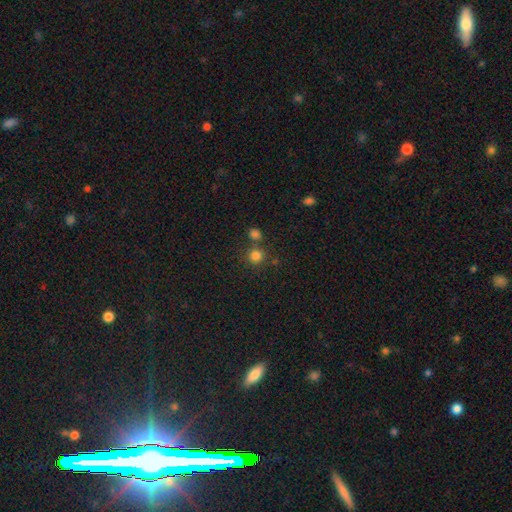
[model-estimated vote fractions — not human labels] Smooth or featured: smooth — 80% (star or artifact — 14%)
How rounded: round — 92% (in between — 7%)
Merging: none — 71% (merger — 18%)